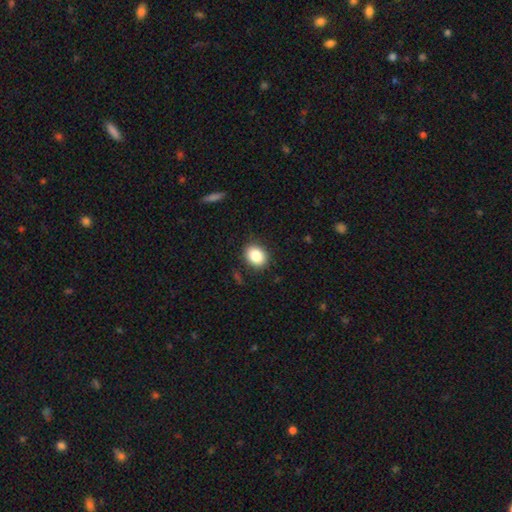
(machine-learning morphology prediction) A smooth galaxy with no disk features (84%) that is in between round and cigar-shaped (53%).

Vote fractions:
- Smooth or featured? smooth: 84% / star or artifact: 9% / featured or disk: 7%
- How rounded? in between: 53% / round: 46% / cigar-shaped: 1%
- Merging? none: 86% / minor disturbance: 10% / major disturbance: 3% / merger: 1%